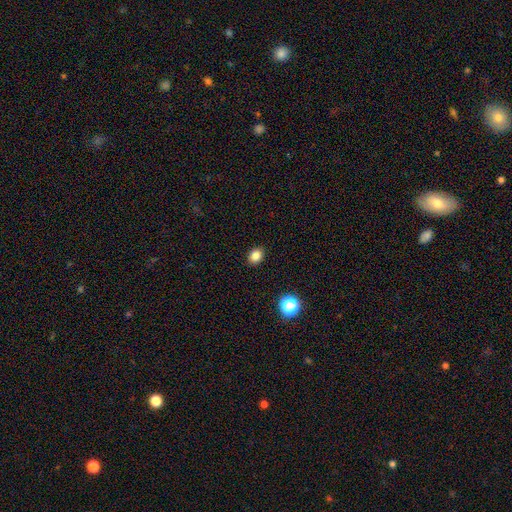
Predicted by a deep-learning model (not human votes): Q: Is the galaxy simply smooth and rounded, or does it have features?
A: smooth — 84%.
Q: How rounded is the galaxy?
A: in between — 50%.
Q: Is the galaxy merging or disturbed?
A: none — 91%.